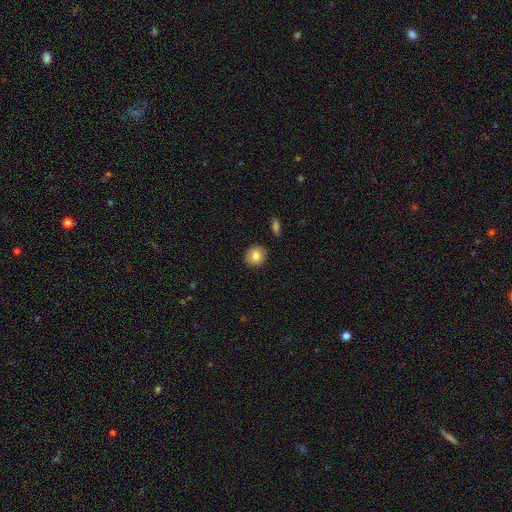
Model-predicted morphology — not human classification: Smooth or featured? Predicted: smooth (p=0.81). How rounded? Predicted: round (p=0.87). Merging? Predicted: none (p=0.88).